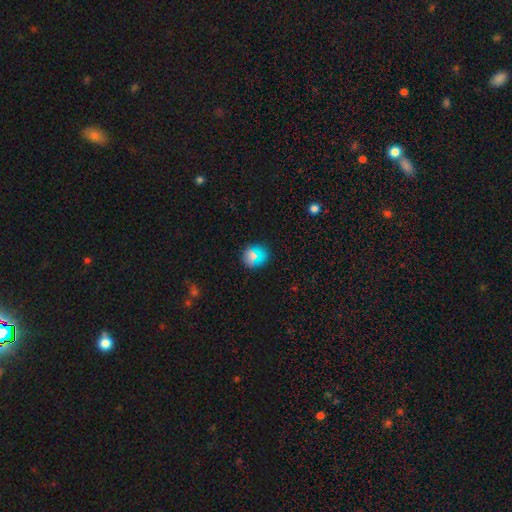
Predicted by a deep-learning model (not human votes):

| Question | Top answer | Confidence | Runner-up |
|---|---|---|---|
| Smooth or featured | smooth | 71% | star or artifact (20%) |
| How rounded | round | 86% | in between (12%) |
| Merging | none | 86% | minor disturbance (9%) |